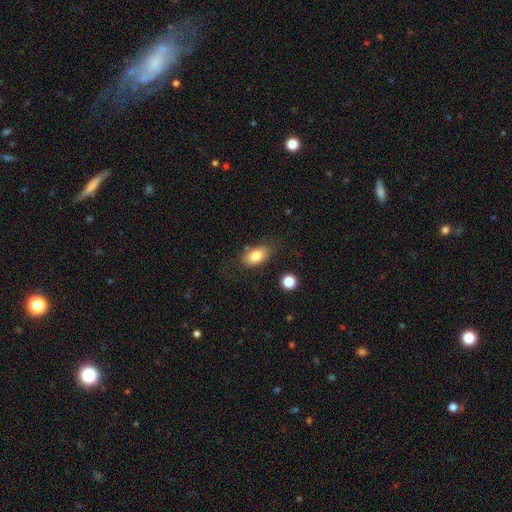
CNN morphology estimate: Overall: smooth (81%). How rounded: in between (89%). Merging: none (75%).